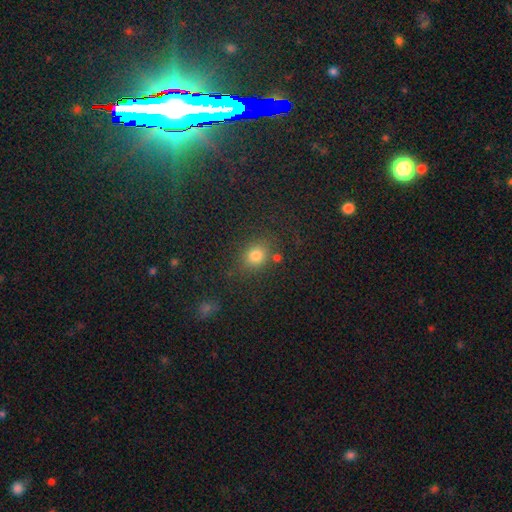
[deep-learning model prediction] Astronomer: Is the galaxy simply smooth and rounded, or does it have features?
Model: smooth — 76%.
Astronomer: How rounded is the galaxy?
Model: round — 61% (runner-up: in between, 37%).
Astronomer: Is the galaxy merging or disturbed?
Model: none — 73%.